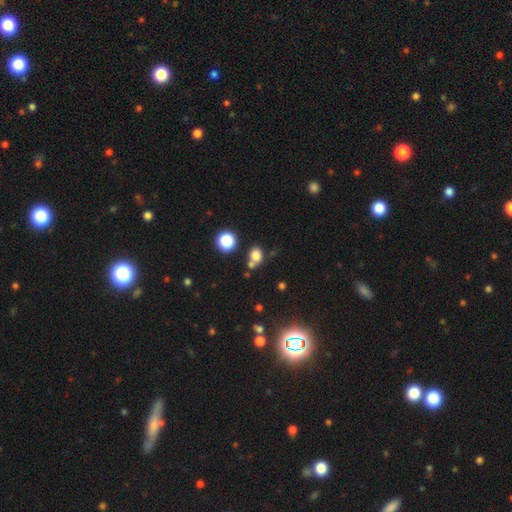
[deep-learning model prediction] smooth-or-featured: smooth: 76% | star or artifact: 17% | featured or disk: 7%
  how-rounded: round: 59% | in between: 40% | cigar-shaped: 1%
  merging: none: 60% | merger: 23% | minor disturbance: 12% | major disturbance: 5%